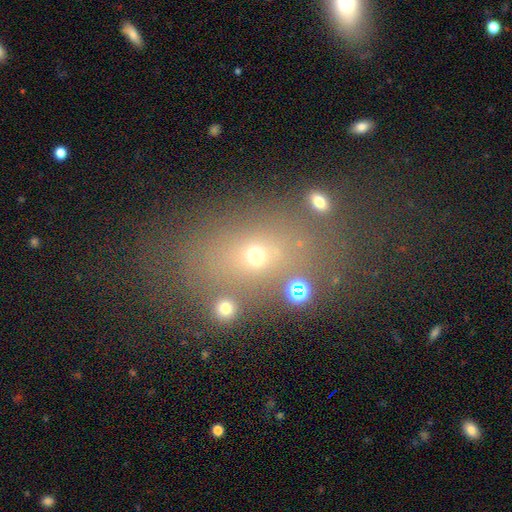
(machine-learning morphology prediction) A smooth galaxy with no disk features (57%) that is in between round and cigar-shaped (64%).

Vote fractions:
- Smooth or featured? smooth: 57% / star or artifact: 25% / featured or disk: 18%
- How rounded? in between: 64% / round: 33% / cigar-shaped: 3%
- Merging? none: 62% / minor disturbance: 15% / merger: 13% / major disturbance: 9%